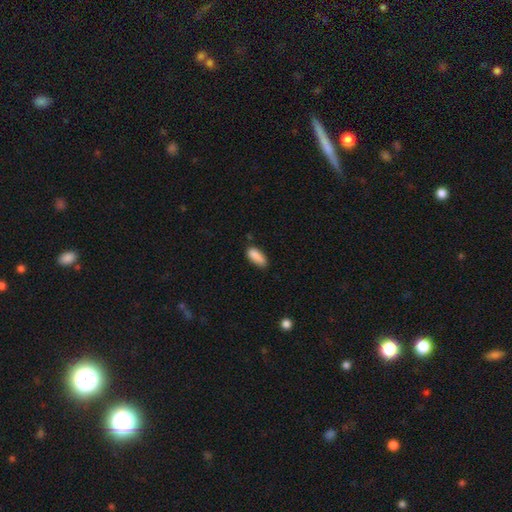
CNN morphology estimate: This appears to be a smooth galaxy with no disk features (88%) that is in between round and cigar-shaped (77%). Merging: none (74%).